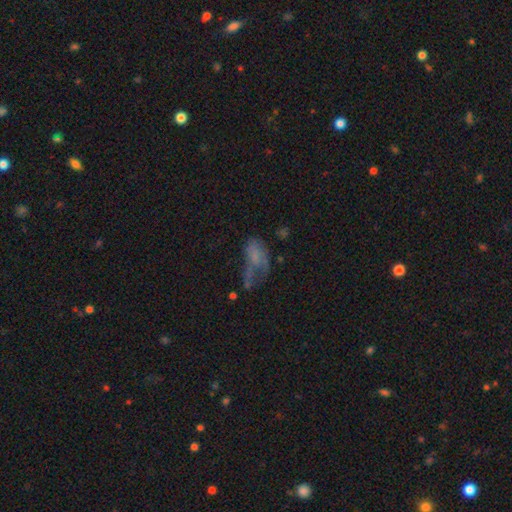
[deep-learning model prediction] Overall: smooth (48%; featured or disk 36%). Merging: major disturbance (47%; none 22%).